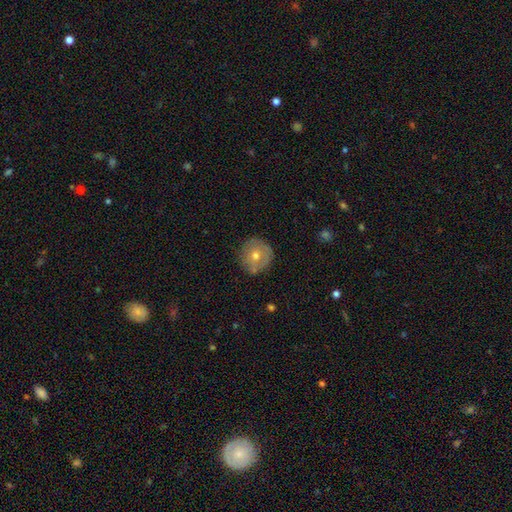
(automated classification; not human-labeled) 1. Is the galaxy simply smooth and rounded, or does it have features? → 50% smooth, 40% featured or disk, 10% star or artifact.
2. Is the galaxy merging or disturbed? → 79% none, 15% minor disturbance, 4% major disturbance, 2% merger.